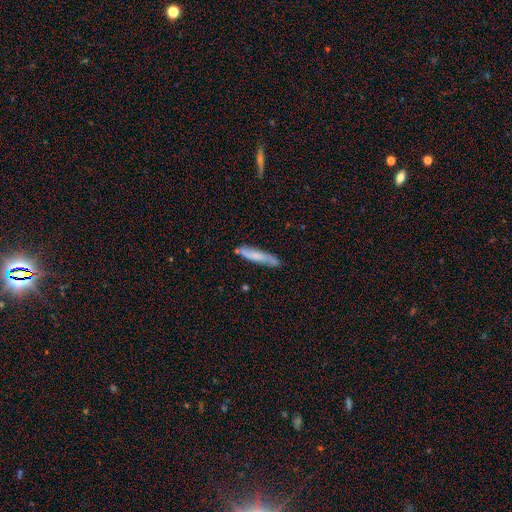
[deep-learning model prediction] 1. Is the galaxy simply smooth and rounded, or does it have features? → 61% smooth, 33% featured or disk, 6% star or artifact.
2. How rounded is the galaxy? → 86% cigar-shaped, 12% in between, 2% round.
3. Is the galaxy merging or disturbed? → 76% none, 17% minor disturbance, 4% merger, 3% major disturbance.